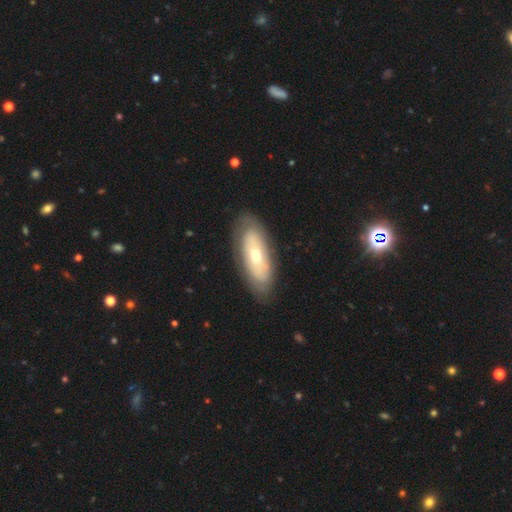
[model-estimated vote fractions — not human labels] This appears to be a featured or disk galaxy (52%). Merging: none (81%).